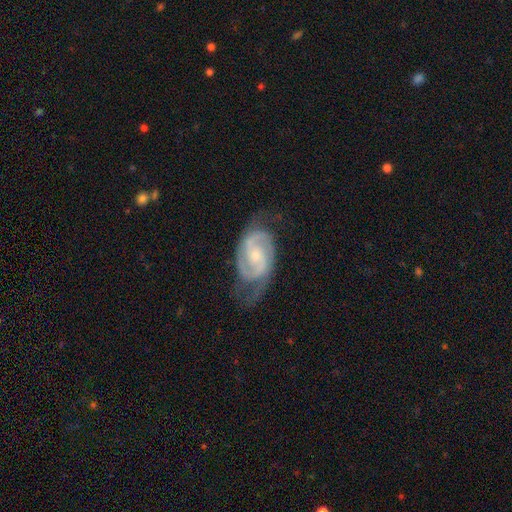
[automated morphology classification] Smooth or featured? Predicted: featured or disk (p=0.89). Edge-on disk? Predicted: no (p=0.97). Bar? Predicted: no (p=0.50). Spiral arms? Predicted: yes (p=0.97). Spiral winding? Predicted: medium (p=0.49). Spiral arm count? Predicted: 2 (p=0.85). Bulge size? Predicted: small (p=0.65). Merging? Predicted: none (p=0.64).